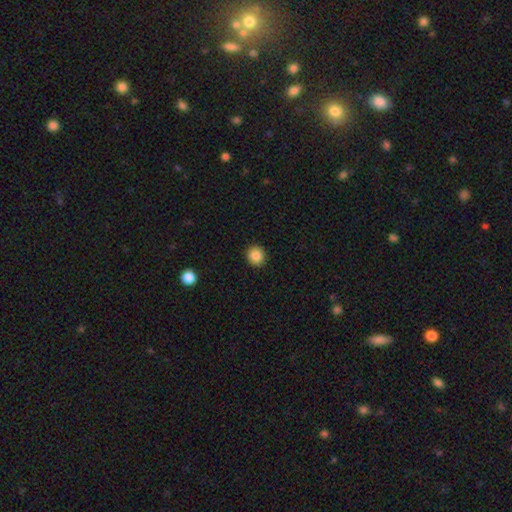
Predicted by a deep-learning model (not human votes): Q: Smooth or featured?
A: smooth (85%); runner-up: star or artifact (10%)
Q: How rounded?
A: round (88%); runner-up: in between (11%)
Q: Merging?
A: none (93%); runner-up: minor disturbance (5%)